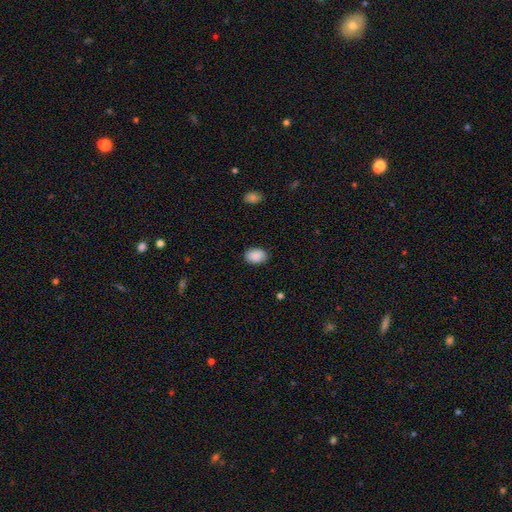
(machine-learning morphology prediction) This appears to be a smooth galaxy with no disk features (90%) that is in between round and cigar-shaped (83%). Merging: none (87%).